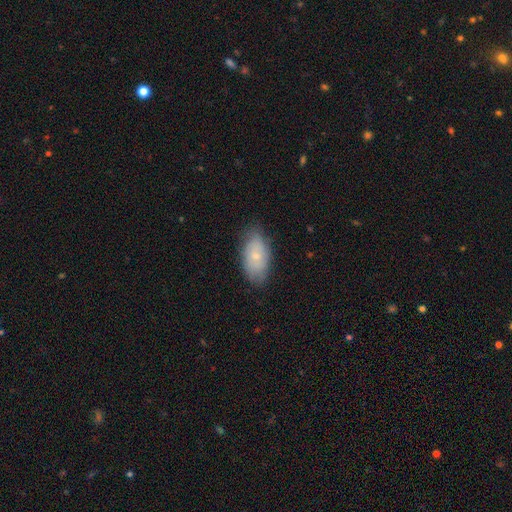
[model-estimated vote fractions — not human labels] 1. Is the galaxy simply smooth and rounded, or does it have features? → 69% smooth, 24% featured or disk, 7% star or artifact.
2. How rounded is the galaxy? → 93% in between, 4% round, 3% cigar-shaped.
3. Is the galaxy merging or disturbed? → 77% none, 18% minor disturbance, 4% major disturbance, 1% merger.